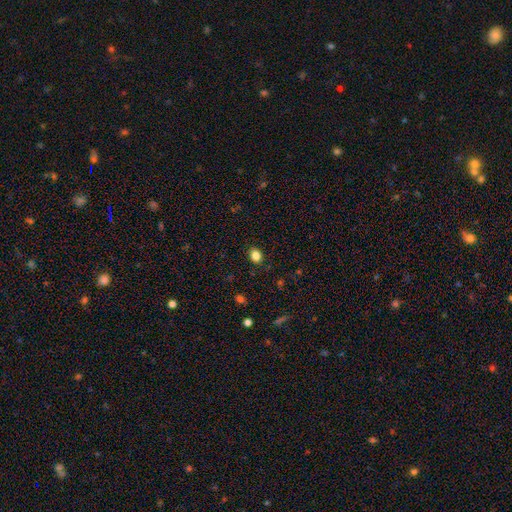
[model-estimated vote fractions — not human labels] Q: Smooth or featured?
A: smooth (84%); runner-up: star or artifact (11%)
Q: How rounded?
A: in between (51%); runner-up: round (48%)
Q: Merging?
A: none (88%); runner-up: minor disturbance (9%)